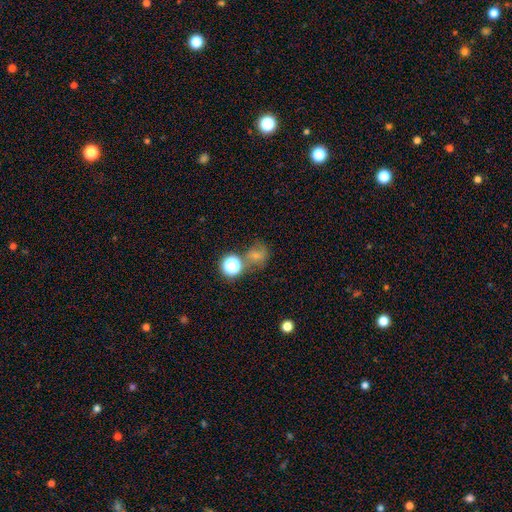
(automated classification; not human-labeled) Smooth or featured: smooth — 62% (star or artifact — 24%)
How rounded: round — 72% (in between — 27%)
Merging: none — 55% (merger — 18%)